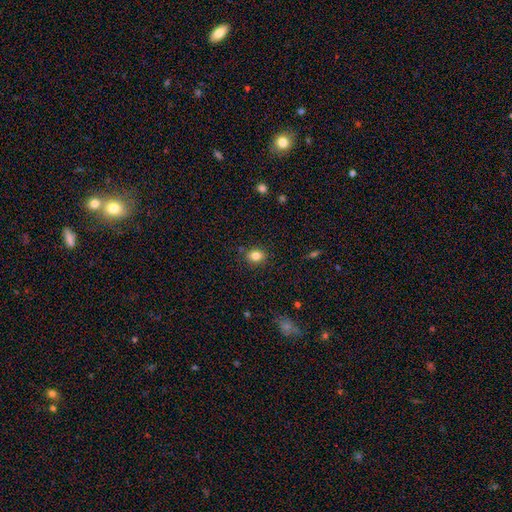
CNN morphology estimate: Smooth or featured?
  - smooth: 82% *
  - star or artifact: 11%
  - featured or disk: 7%
How rounded?
  - round: 56% *
  - in between: 43%
  - cigar-shaped: 1%
Merging?
  - none: 85% *
  - minor disturbance: 10%
  - major disturbance: 3%
  - merger: 2%